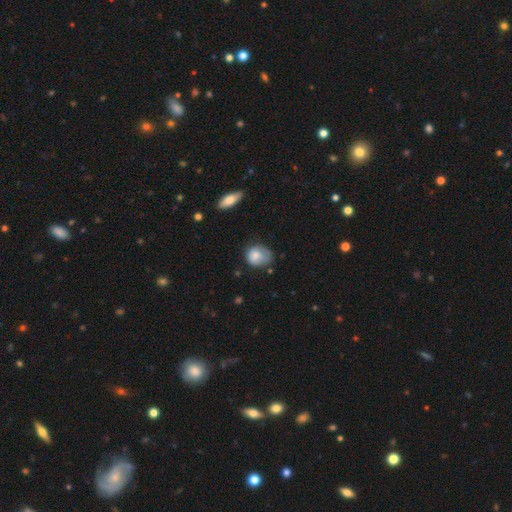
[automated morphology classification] type=smooth (75%); roundness=round (60%); merging=none (47%).